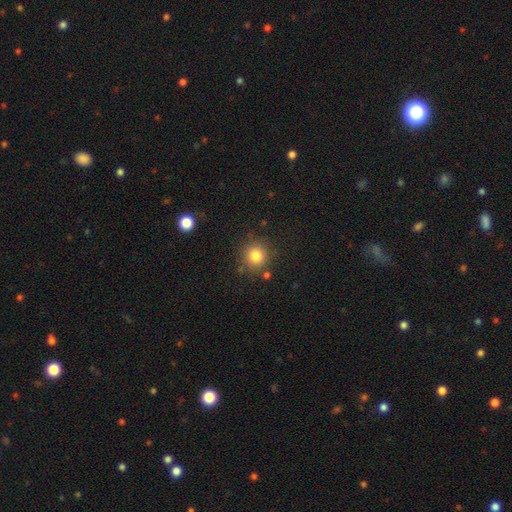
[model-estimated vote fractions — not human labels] Smooth or featured?
  - smooth: 81% *
  - star or artifact: 12%
  - featured or disk: 7%
How rounded?
  - round: 92% *
  - in between: 7%
  - cigar-shaped: 1%
Merging?
  - none: 84% *
  - minor disturbance: 9%
  - merger: 4%
  - major disturbance: 3%